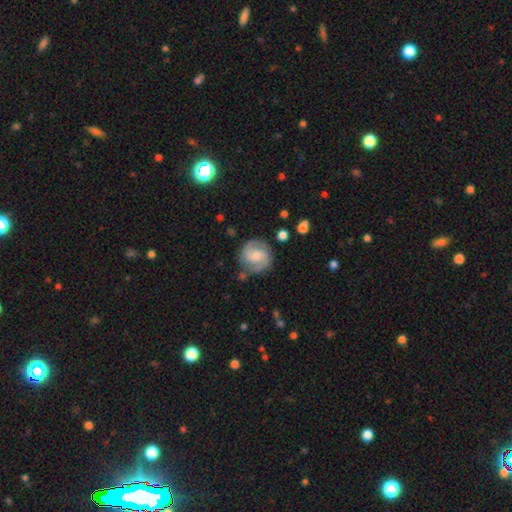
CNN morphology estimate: Smooth or featured? featured or disk (75%)
Edge-on disk? no (98%)
Bar? no (52%)
Spiral arms? yes (95%)
Spiral winding? medium (50%)
Spiral arm count? 2 (88%)
Bulge size? small (50%)
Merging? none (78%)